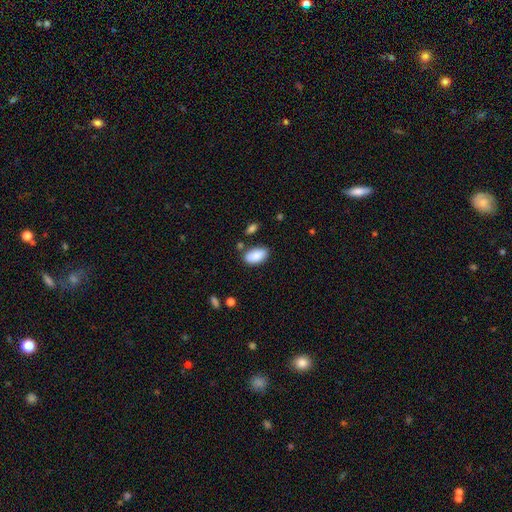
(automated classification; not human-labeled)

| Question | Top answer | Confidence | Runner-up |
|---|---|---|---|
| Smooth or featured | smooth | 88% | star or artifact (6%) |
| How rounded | in between | 95% | round (3%) |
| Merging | none | 77% | minor disturbance (14%) |